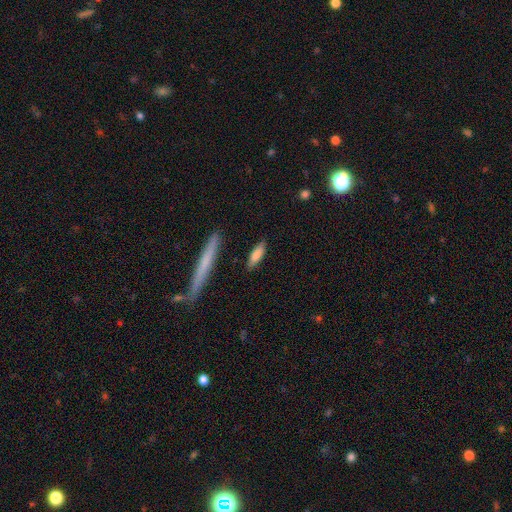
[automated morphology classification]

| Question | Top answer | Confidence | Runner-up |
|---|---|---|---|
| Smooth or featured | smooth | 79% | featured or disk (15%) |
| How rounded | cigar-shaped | 53% | in between (45%) |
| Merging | none | 84% | minor disturbance (11%) |